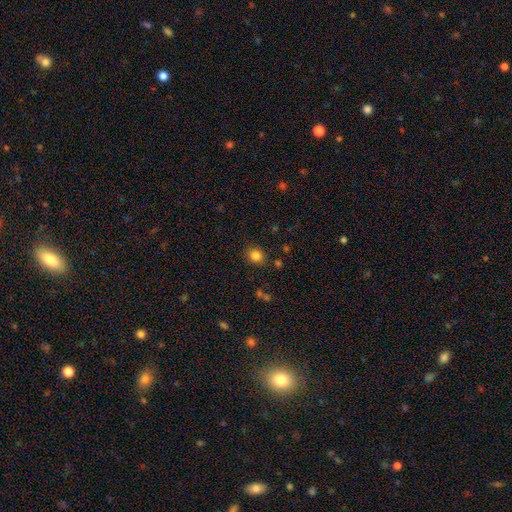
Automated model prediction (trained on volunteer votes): smooth_or_featured: smooth (p=0.83) [alt: star or artifact p=0.12]
how_rounded: round (p=0.65) [alt: in between p=0.34]
merging: none (p=0.84) [alt: minor disturbance p=0.10]